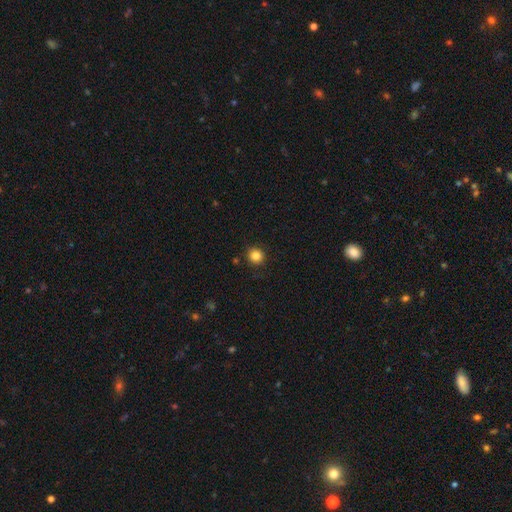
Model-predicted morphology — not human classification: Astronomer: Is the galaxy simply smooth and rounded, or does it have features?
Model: smooth — 84%.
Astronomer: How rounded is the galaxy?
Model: round — 92%.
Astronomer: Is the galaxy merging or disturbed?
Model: none — 90%.